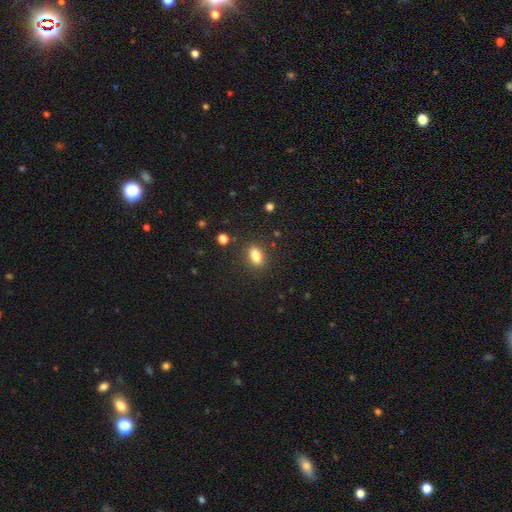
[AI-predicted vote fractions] Smooth or featured: smooth — 82% (star or artifact — 10%)
How rounded: in between — 82% (round — 10%)
Merging: none — 85% (minor disturbance — 10%)